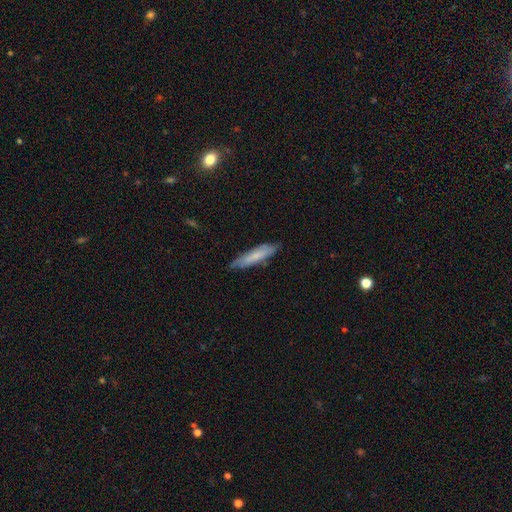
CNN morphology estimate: Smooth or featured? smooth (66%)
How rounded? cigar-shaped (83%)
Merging? none (81%)